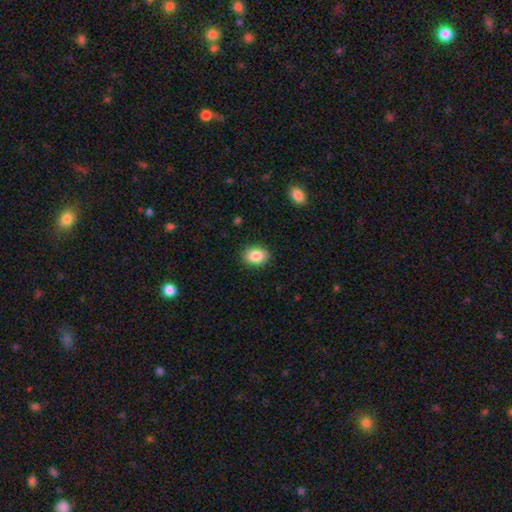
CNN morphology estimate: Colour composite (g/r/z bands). It shows a smooth galaxy with no disk features (86%) that is in between round and cigar-shaped (70%). Merging: none (88%).